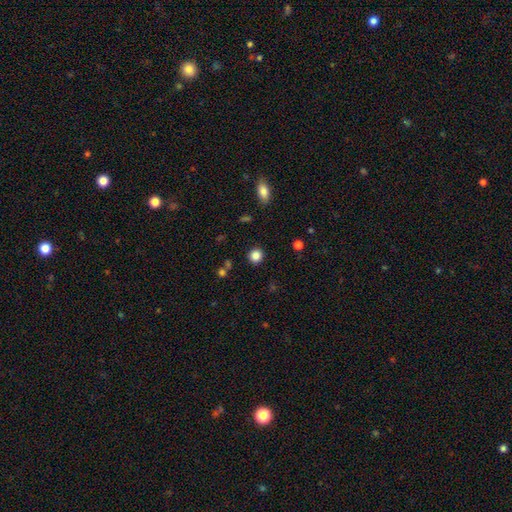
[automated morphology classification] This is clearly a smooth galaxy (85%). How rounded: clearly round (89%). Merging: clearly none (90%).